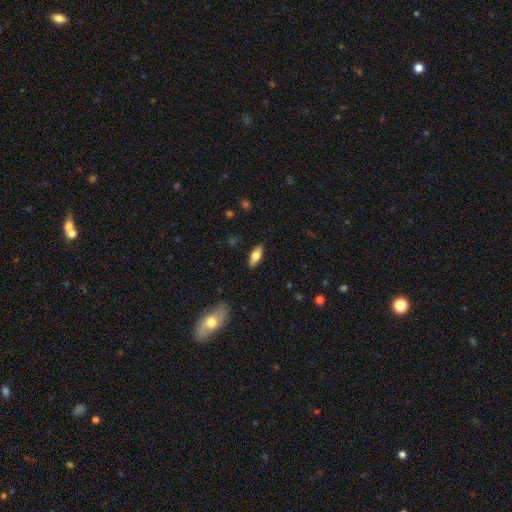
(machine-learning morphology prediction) Smooth or featured?
  - smooth: 68% *
  - featured or disk: 25%
  - star or artifact: 6%
How rounded?
  - in between: 78% *
  - cigar-shaped: 19%
  - round: 3%
Merging?
  - none: 87% *
  - minor disturbance: 10%
  - major disturbance: 2%
  - merger: 1%